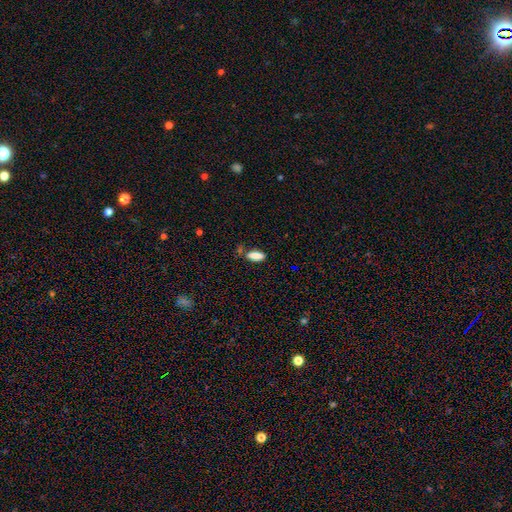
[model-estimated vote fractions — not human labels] Q: Smooth or featured?
A: smooth (84%); runner-up: star or artifact (9%)
Q: How rounded?
A: in between (66%); runner-up: cigar-shaped (31%)
Q: Merging?
A: none (66%); runner-up: minor disturbance (19%)